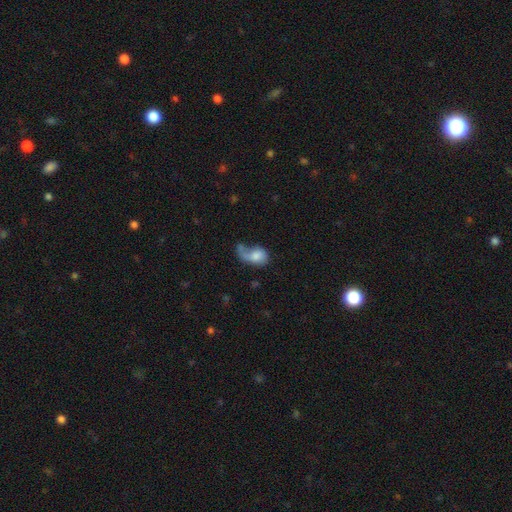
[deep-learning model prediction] Smooth or featured? smooth (60%)
How rounded? in between (77%)
Merging? major disturbance (44%)